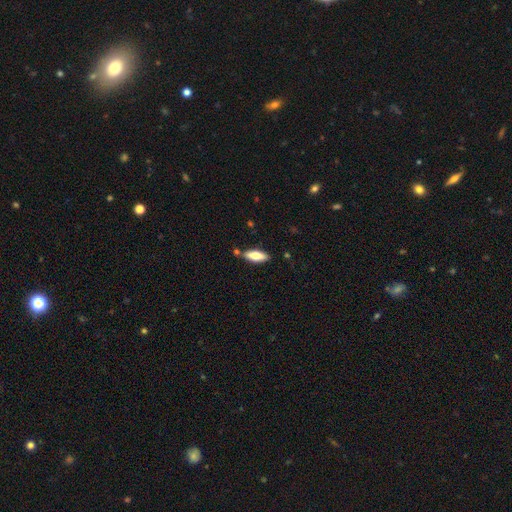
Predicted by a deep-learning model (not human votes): This is likely a smooth galaxy (66%). How rounded: likely in between (69%). Merging: clearly none (81%).